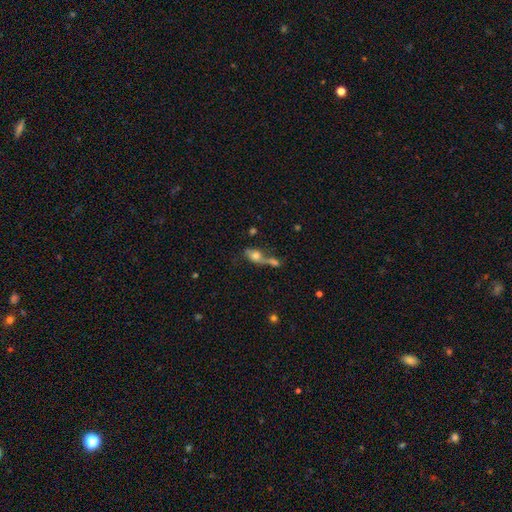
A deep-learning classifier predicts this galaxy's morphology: Q: Smooth or featured?
A: smooth (63%); runner-up: featured or disk (26%)
Q: How rounded?
A: in between (69%); runner-up: round (18%)
Q: Merging?
A: merger (56%); runner-up: none (22%)